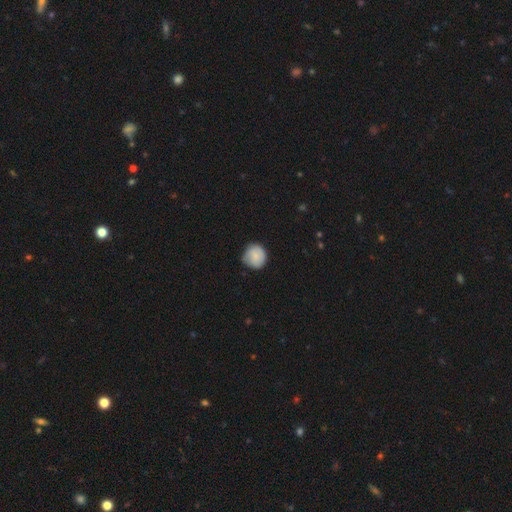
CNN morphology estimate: This appears to be a smooth galaxy with no disk features (84%) that is round (90%). Merging: none (72%).